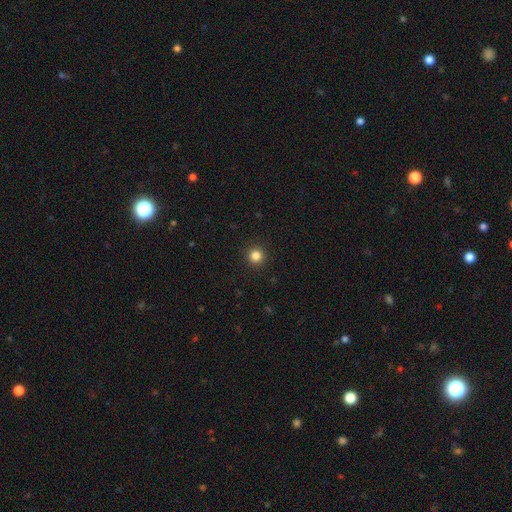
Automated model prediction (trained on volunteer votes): Smooth or featured?
  - smooth: 83% *
  - star or artifact: 12%
  - featured or disk: 4%
How rounded?
  - round: 95% *
  - in between: 4%
  - cigar-shaped: 1%
Merging?
  - none: 93% *
  - minor disturbance: 4%
  - major disturbance: 2%
  - merger: 1%